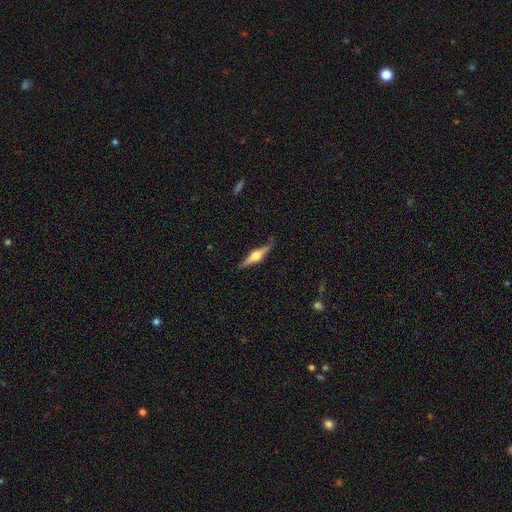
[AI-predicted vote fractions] The model was most divided on "smooth or featured": featured or disk: 73%, smooth: 21%, star or artifact: 6%. More confident: edge-on disk — yes (97%); edge-on bulge — rounded (92%); merging — none (86%).